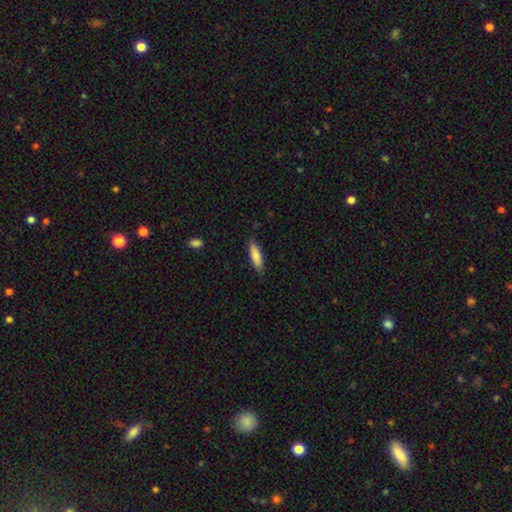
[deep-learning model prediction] smooth-or-featured: smooth: 85% | featured or disk: 9% | star or artifact: 6%
  how-rounded: cigar-shaped: 66% | in between: 32% | round: 1%
  merging: none: 83% | minor disturbance: 13% | major disturbance: 2% | merger: 1%